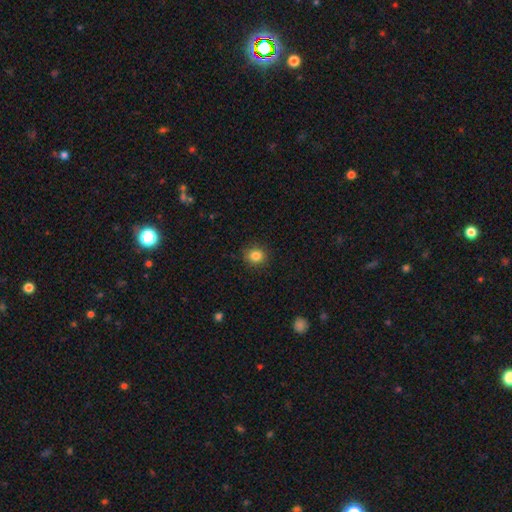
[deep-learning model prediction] Smooth or featured? smooth (85%)
How rounded? round (77%)
Merging? none (88%)